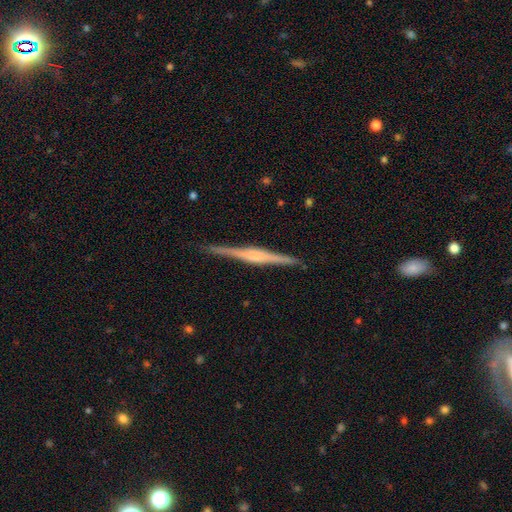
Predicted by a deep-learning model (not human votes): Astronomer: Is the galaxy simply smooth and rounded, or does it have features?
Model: featured or disk — 81%.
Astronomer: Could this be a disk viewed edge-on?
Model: yes — 99%.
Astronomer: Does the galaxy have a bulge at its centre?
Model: rounded — 54% (runner-up: boxy, 32%).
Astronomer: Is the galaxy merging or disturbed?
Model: none — 90%.